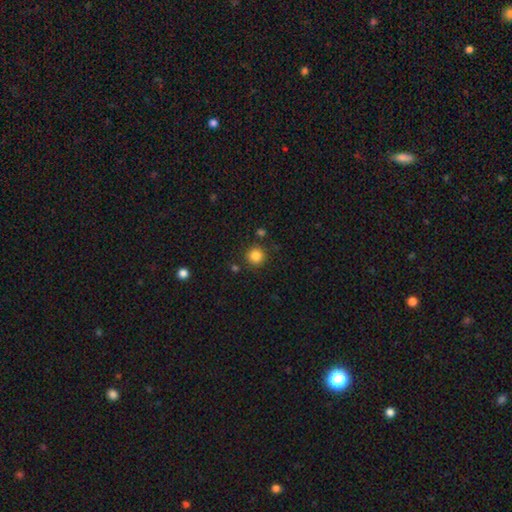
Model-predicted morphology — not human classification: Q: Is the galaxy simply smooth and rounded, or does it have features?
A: smooth — 84%.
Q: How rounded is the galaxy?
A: round — 94%.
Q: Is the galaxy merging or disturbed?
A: none — 87%.